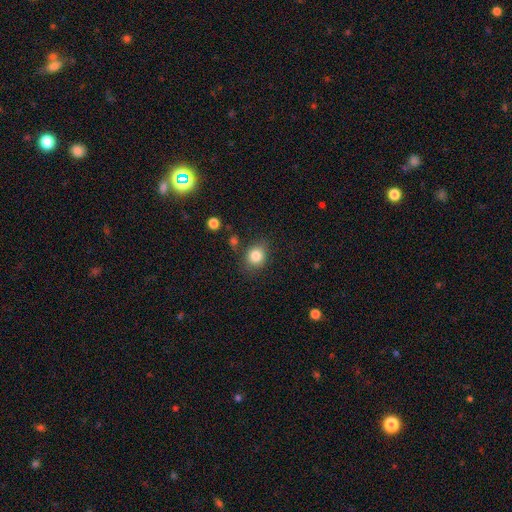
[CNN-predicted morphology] smooth-or-featured: smooth: 83% | star or artifact: 11% | featured or disk: 7%
  how-rounded: round: 70% | in between: 29% | cigar-shaped: 1%
  merging: none: 77% | minor disturbance: 14% | major disturbance: 4% | merger: 4%